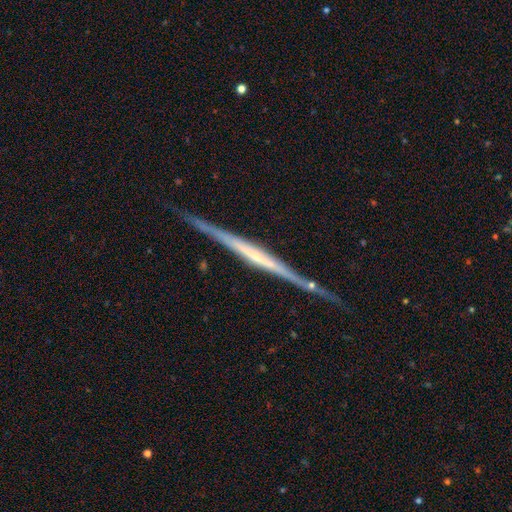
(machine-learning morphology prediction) This is clearly a featured or disk galaxy (80%). It is clearly viewed edge-on (98%). Edge-on bulge: likely none (61%). Merging: clearly none (85%).